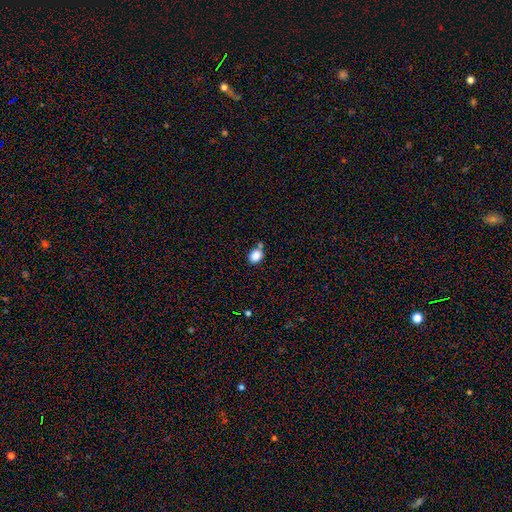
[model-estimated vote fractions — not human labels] Smooth or featured: smooth — 86% (star or artifact — 10%)
How rounded: round — 50% (in between — 49%)
Merging: none — 62% (merger — 18%)